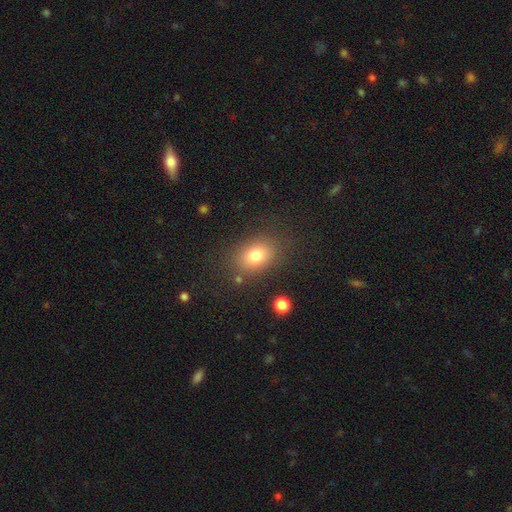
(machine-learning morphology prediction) Smooth or featured? smooth (78%)
How rounded? in between (71%)
Merging? none (81%)